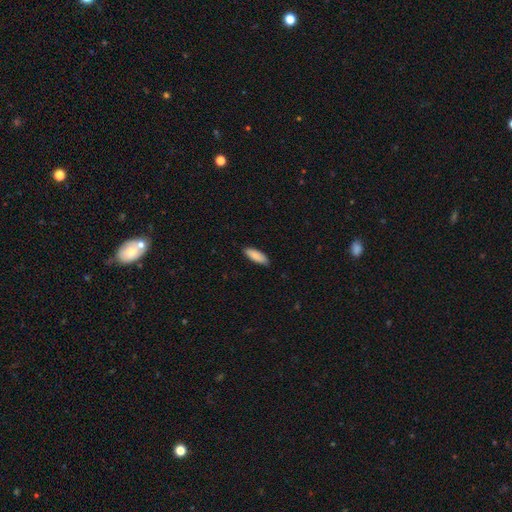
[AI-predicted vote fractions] A smooth galaxy with no disk features (89%) that is in between round and cigar-shaped (61%). Merging: none (87%).